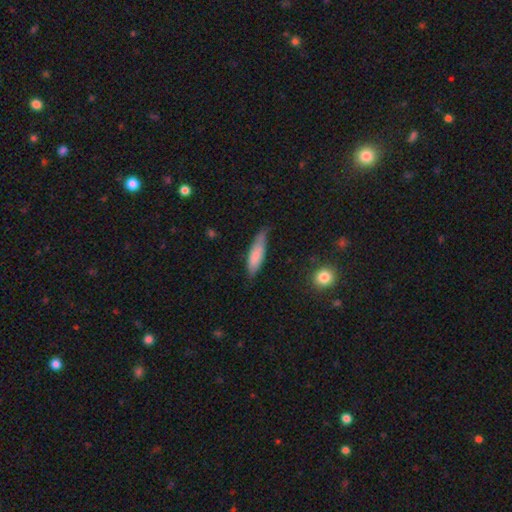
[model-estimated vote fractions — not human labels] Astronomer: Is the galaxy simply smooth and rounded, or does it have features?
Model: smooth — 74%.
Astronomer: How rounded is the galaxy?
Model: cigar-shaped — 55% (runner-up: in between, 44%).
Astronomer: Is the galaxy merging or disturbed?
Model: none — 55% (runner-up: minor disturbance, 35%).